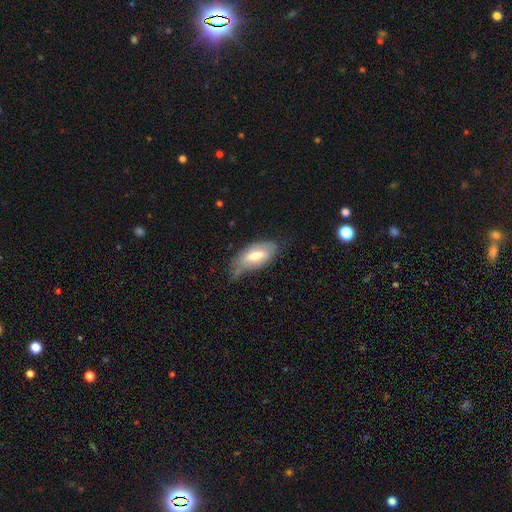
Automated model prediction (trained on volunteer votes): Smooth or featured? Predicted: smooth (p=0.54). How rounded? Predicted: in between (p=0.89). Merging? Predicted: none (p=0.47).